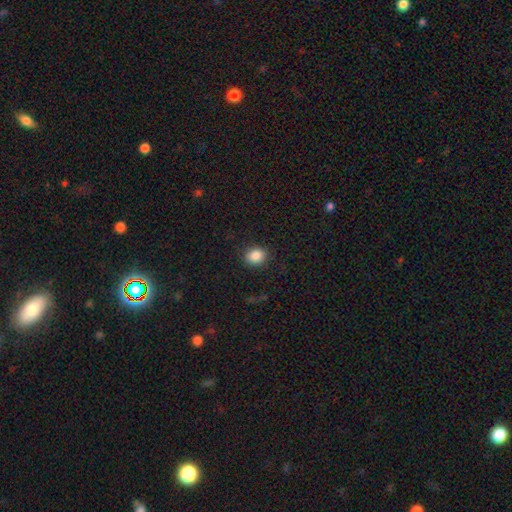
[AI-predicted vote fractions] Smooth or featured? Predicted: smooth (p=0.86). How rounded? Predicted: round (p=0.50). Merging? Predicted: none (p=0.88).